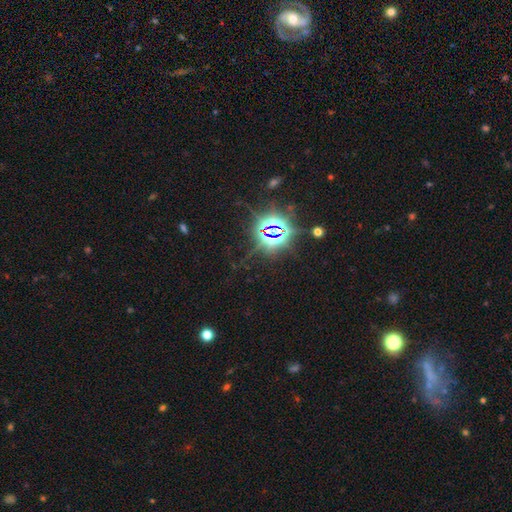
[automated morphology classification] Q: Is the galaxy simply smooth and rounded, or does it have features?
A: star or artifact — 79%.